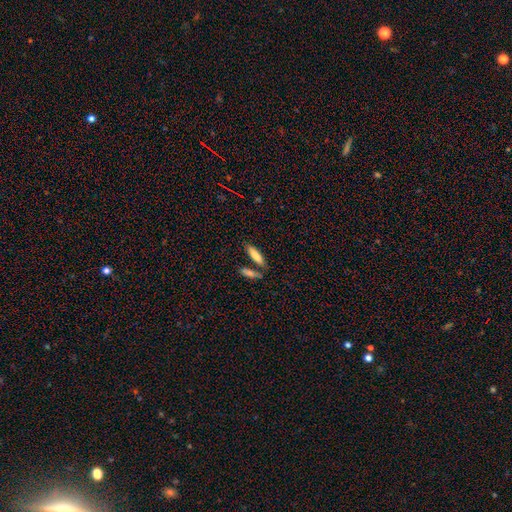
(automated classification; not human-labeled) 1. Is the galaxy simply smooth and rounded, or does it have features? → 79% smooth, 14% featured or disk, 6% star or artifact.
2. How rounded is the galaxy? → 66% cigar-shaped, 32% in between, 2% round.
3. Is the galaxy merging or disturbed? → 68% none, 19% merger, 10% minor disturbance, 3% major disturbance.